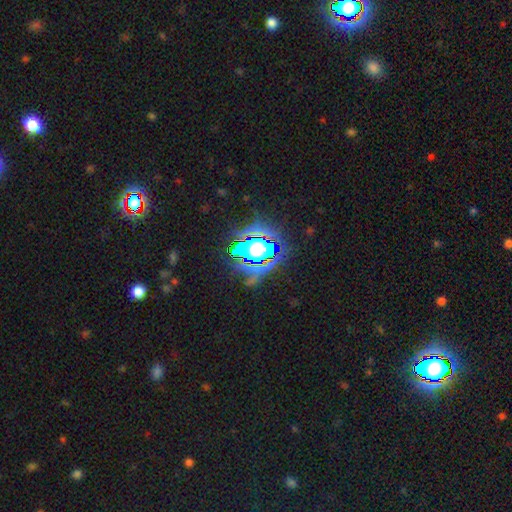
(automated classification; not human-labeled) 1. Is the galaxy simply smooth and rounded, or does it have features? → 76% star or artifact, 13% smooth, 11% featured or disk.